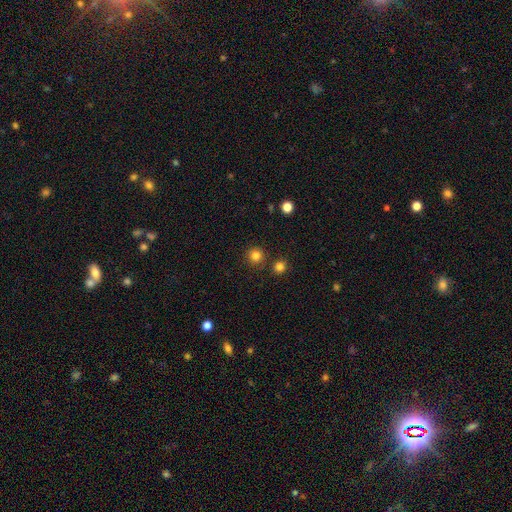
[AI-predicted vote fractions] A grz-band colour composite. It shows a smooth galaxy with no disk features (82%) that is round (95%). Merging: none (86%).